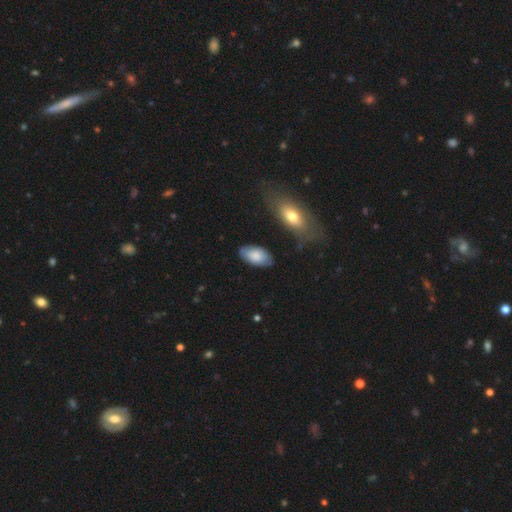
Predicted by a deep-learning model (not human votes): Q: Smooth or featured?
A: smooth (80%); runner-up: featured or disk (14%)
Q: How rounded?
A: in between (95%); runner-up: round (3%)
Q: Merging?
A: none (78%); runner-up: minor disturbance (16%)